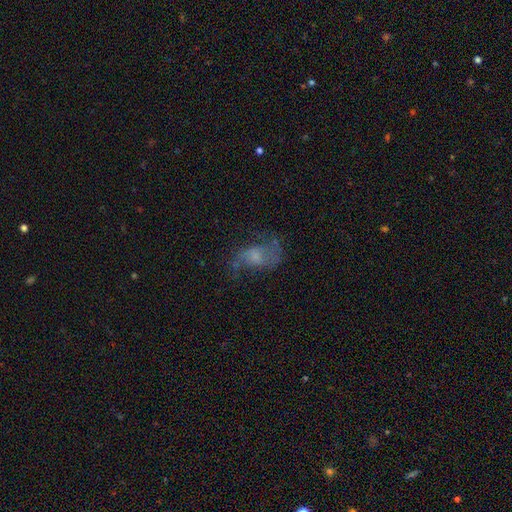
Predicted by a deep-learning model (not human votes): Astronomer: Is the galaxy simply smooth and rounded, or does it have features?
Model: featured or disk — 63%.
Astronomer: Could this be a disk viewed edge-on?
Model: no — 96%.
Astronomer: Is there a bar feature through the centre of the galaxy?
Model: no — 59%.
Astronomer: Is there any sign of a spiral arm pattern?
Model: yes — 79%.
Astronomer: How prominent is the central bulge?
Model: small — 38% (runner-up: moderate, 28%).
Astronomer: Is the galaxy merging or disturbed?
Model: none — 53%.